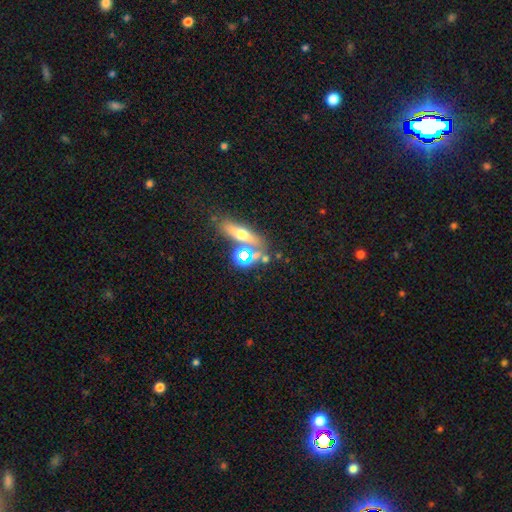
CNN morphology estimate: Q: Smooth or featured?
A: smooth (45%); runner-up: star or artifact (34%)
Q: Merging?
A: none (62%); runner-up: merger (21%)